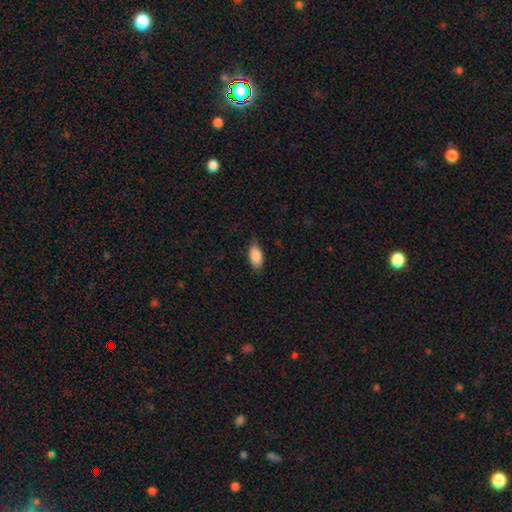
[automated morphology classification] smooth-or-featured: smooth: 88% | star or artifact: 7% | featured or disk: 6%
  how-rounded: in between: 92% | cigar-shaped: 6% | round: 3%
  merging: none: 81% | minor disturbance: 15% | major disturbance: 3% | merger: 1%